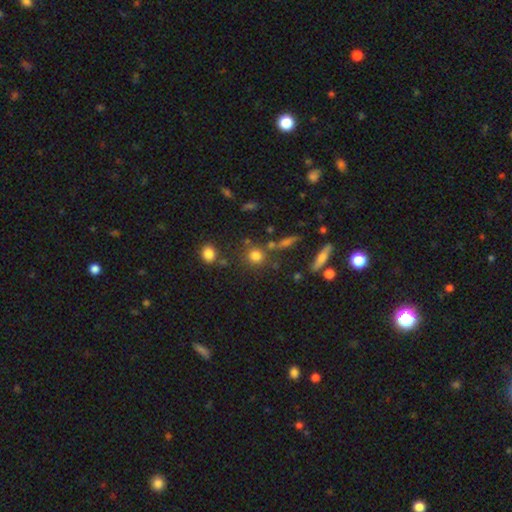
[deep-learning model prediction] Smooth or featured?
  - smooth: 76% *
  - star or artifact: 15%
  - featured or disk: 9%
How rounded?
  - round: 86% *
  - in between: 12%
  - cigar-shaped: 2%
Merging?
  - none: 71% *
  - merger: 14%
  - minor disturbance: 10%
  - major disturbance: 5%